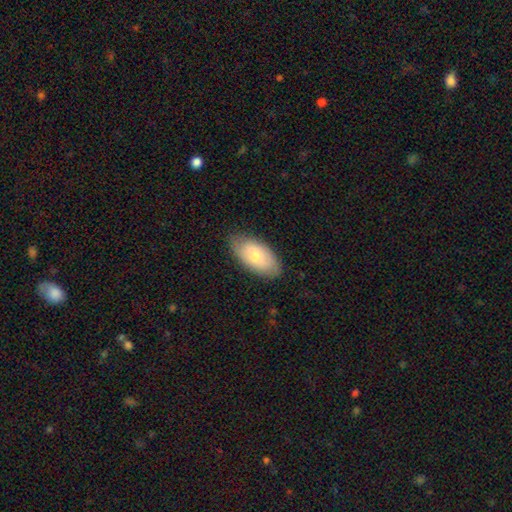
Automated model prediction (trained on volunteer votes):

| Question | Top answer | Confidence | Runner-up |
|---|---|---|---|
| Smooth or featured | smooth | 68% | featured or disk (26%) |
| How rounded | in between | 94% | cigar-shaped (4%) |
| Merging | none | 81% | minor disturbance (16%) |